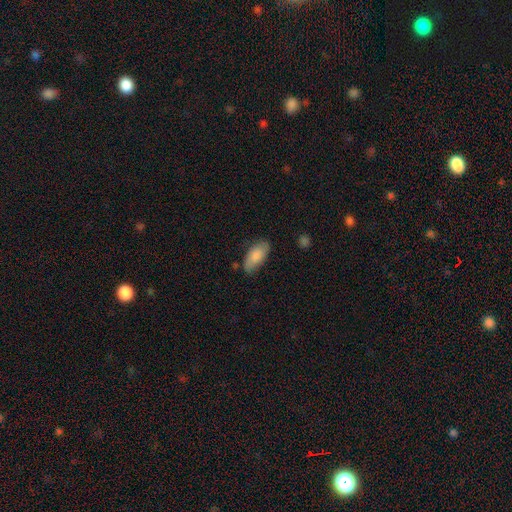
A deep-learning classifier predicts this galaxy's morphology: The model was most divided on "merging": none: 74%, minor disturbance: 20%, major disturbance: 4%, merger: 2%. More confident: how rounded — in between (91%); smooth or featured — smooth (82%).